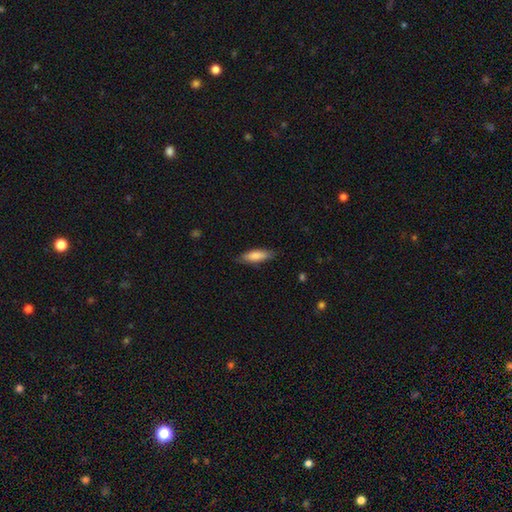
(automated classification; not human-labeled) Overall: smooth (78%). How rounded: cigar-shaped (55%; in between 44%). Merging: none (81%).